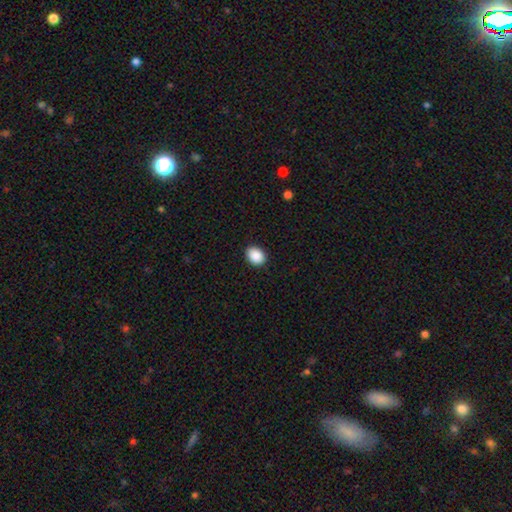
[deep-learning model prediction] Smooth or featured?
  - smooth: 89% *
  - star or artifact: 8%
  - featured or disk: 3%
How rounded?
  - in between: 57% *
  - round: 42%
  - cigar-shaped: 1%
Merging?
  - none: 89% *
  - minor disturbance: 8%
  - major disturbance: 2%
  - merger: 1%